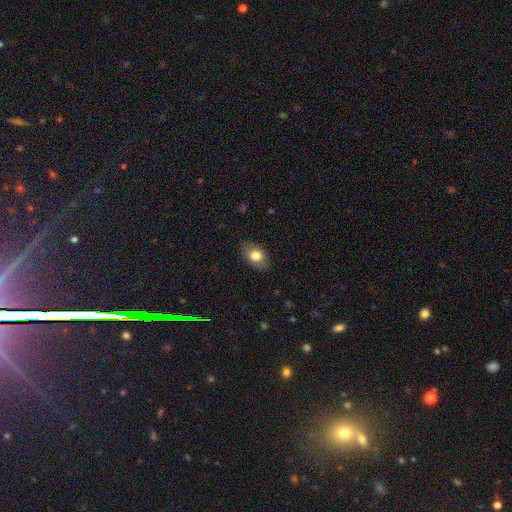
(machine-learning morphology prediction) type=smooth (76%); roundness=in between (86%); merging=none (82%).